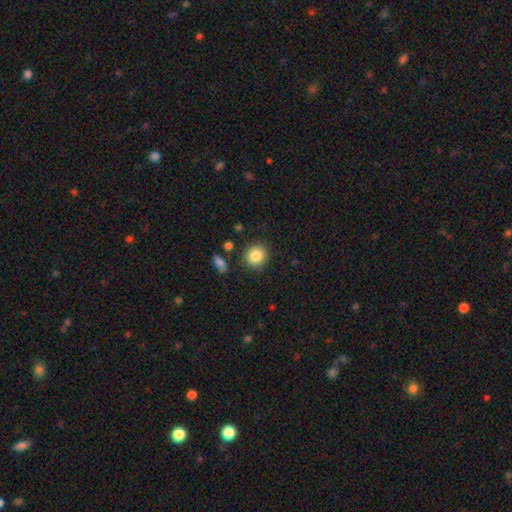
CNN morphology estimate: smooth-or-featured: smooth: 85% | star or artifact: 9% | featured or disk: 6%
  how-rounded: round: 87% | in between: 12% | cigar-shaped: 1%
  merging: none: 87% | minor disturbance: 8% | merger: 3% | major disturbance: 3%